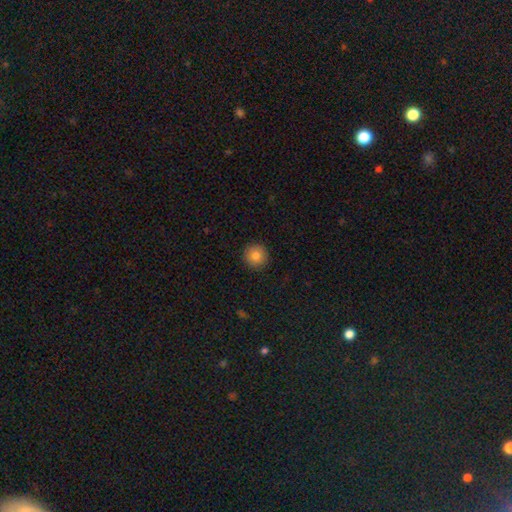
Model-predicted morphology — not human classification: Smooth or featured? Predicted: smooth (p=0.82). How rounded? Predicted: round (p=0.96). Merging? Predicted: none (p=0.92).